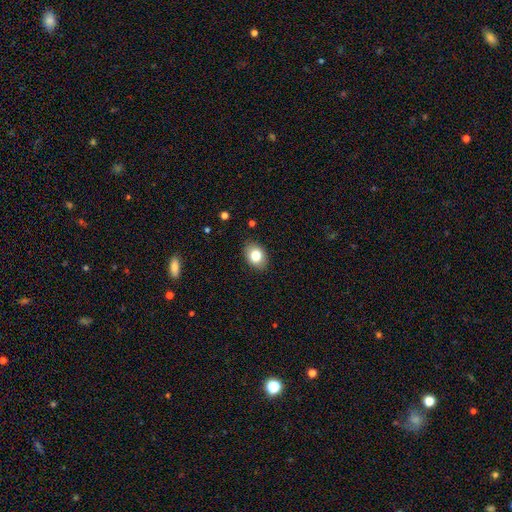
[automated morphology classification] type=smooth (82%); roundness=in between (70%); merging=none (87%).